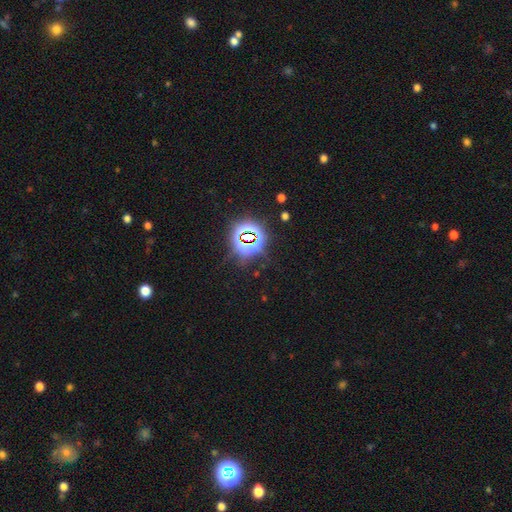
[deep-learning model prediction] smooth_or_featured: star or artifact (p=0.81) [alt: smooth p=0.11]